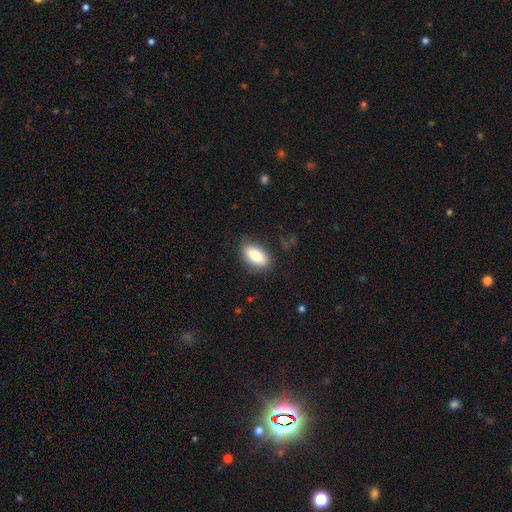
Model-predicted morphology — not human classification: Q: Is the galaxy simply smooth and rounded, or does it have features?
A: smooth — 85%.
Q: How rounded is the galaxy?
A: in between — 90%.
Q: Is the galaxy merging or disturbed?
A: none — 83%.